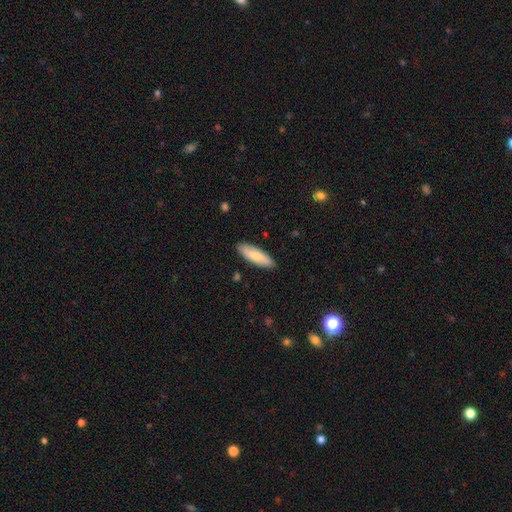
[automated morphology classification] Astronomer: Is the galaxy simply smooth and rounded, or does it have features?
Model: smooth — 76%.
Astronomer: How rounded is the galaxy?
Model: in between — 53% (runner-up: cigar-shaped, 46%).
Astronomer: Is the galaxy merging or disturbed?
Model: none — 88%.